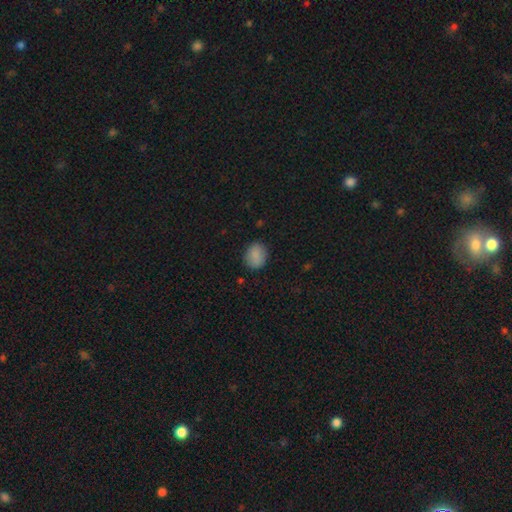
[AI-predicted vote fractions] smooth-or-featured: smooth: 86% | star or artifact: 8% | featured or disk: 5%
  how-rounded: round: 63% | in between: 36% | cigar-shaped: 1%
  merging: none: 85% | minor disturbance: 11% | major disturbance: 3% | merger: 1%